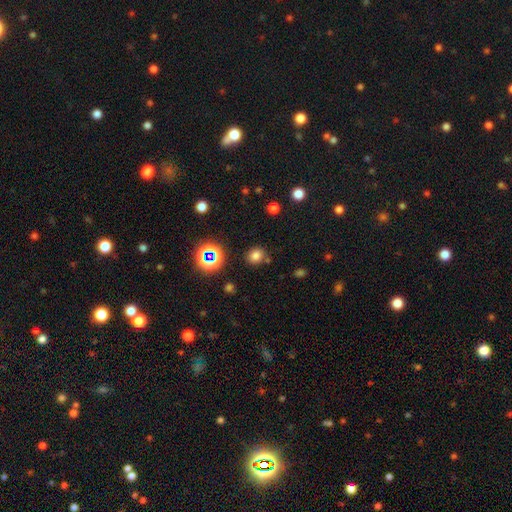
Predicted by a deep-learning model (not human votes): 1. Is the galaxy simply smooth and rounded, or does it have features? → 73% smooth, 20% star or artifact, 7% featured or disk.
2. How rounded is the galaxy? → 69% round, 30% in between, 1% cigar-shaped.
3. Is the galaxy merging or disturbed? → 80% none, 11% minor disturbance, 6% merger, 4% major disturbance.